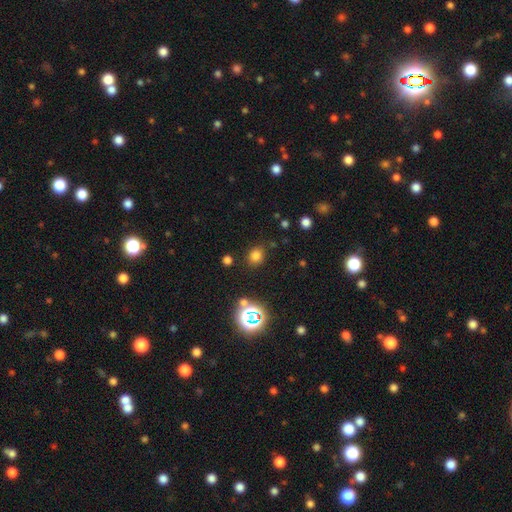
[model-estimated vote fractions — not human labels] Smooth or featured?
  - smooth: 74% *
  - star or artifact: 21%
  - featured or disk: 6%
How rounded?
  - round: 73% *
  - in between: 26%
  - cigar-shaped: 1%
Merging?
  - none: 83% *
  - minor disturbance: 10%
  - major disturbance: 4%
  - merger: 3%